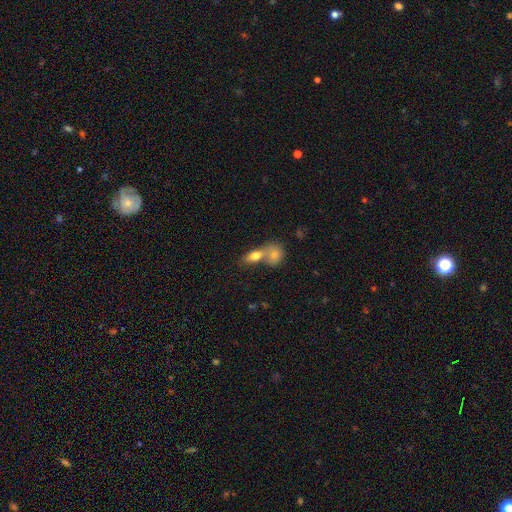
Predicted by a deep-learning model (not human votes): The model was most divided on "merging": merger: 59%, none: 30%, minor disturbance: 7%, major disturbance: 4%. More confident: smooth or featured — smooth (74%); how rounded — in between (72%).